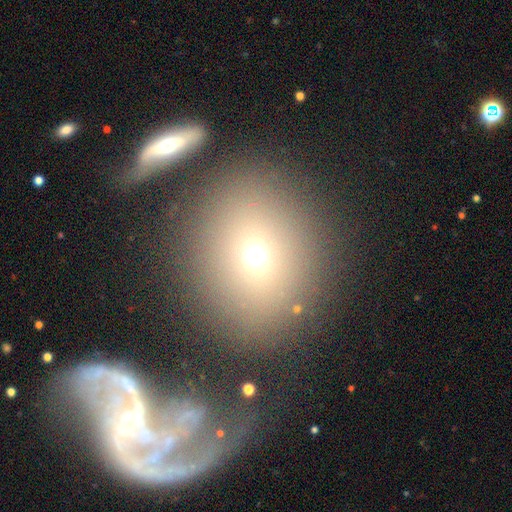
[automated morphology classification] Smooth or featured: smooth — 60% (featured or disk — 23%)
How rounded: round — 71% (in between — 28%)
Merging: none — 71% (minor disturbance — 12%)